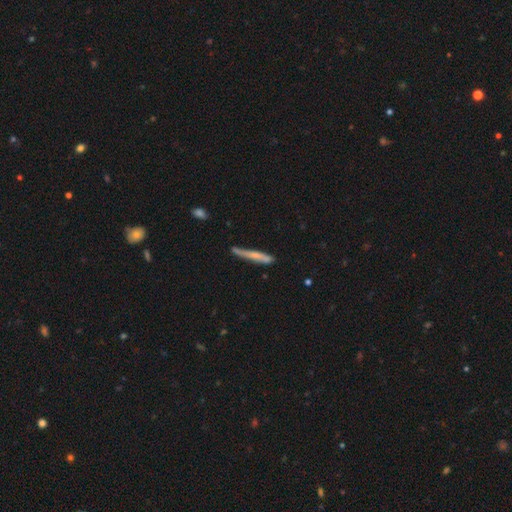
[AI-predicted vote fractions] Q: Smooth or featured?
A: smooth (54%); runner-up: featured or disk (39%)
Q: How rounded?
A: cigar-shaped (95%); runner-up: in between (4%)
Q: Merging?
A: none (66%); runner-up: minor disturbance (23%)